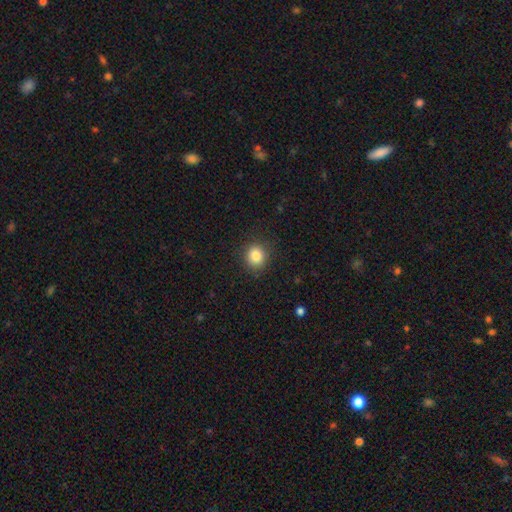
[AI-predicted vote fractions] Overall: smooth (85%). How rounded: round (82%). Merging: none (88%).